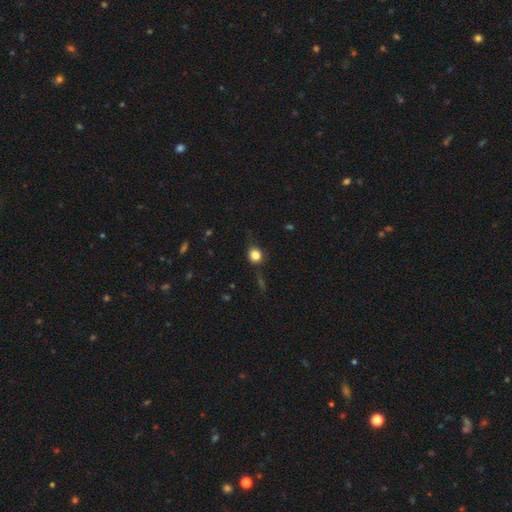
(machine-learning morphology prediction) smooth_or_featured: smooth (p=0.82) [alt: star or artifact p=0.11]
how_rounded: round (p=0.75) [alt: in between p=0.24]
merging: none (p=0.75) [alt: minor disturbance p=0.18]